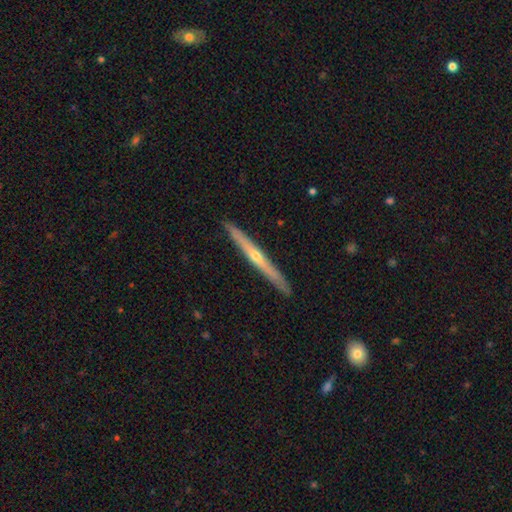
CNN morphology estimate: smooth_or_featured: featured or disk (p=0.75) [alt: smooth p=0.19]
disk_edge_on: yes (p=0.98) [alt: no p=0.02]
edge_on_bulge: rounded (p=0.78) [alt: none p=0.20]
merging: none (p=0.92) [alt: minor disturbance p=0.06]